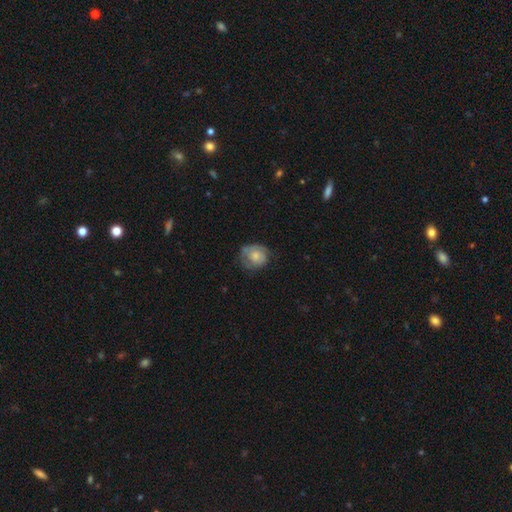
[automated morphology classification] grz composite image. It shows a smooth galaxy with no disk features (57%) that is round (78%). Merging: none (58%).